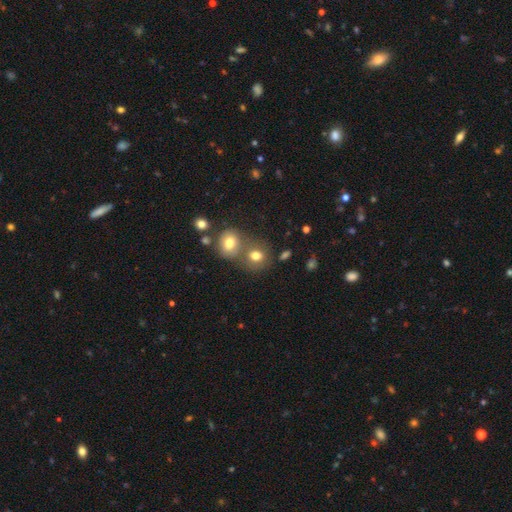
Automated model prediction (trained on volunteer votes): A smooth galaxy with no disk features (75%) that is round (68%). Merging: none (48%).